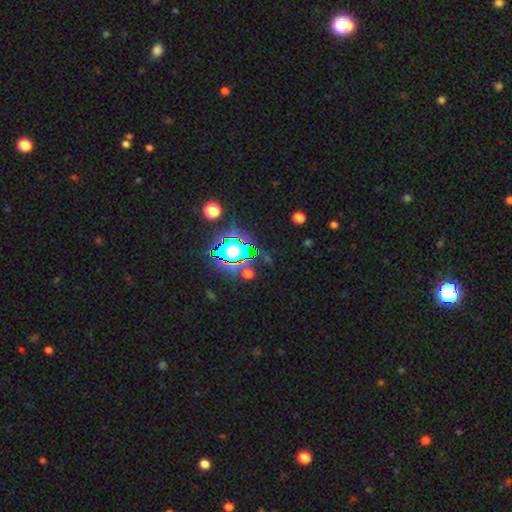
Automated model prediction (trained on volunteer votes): Smooth or featured? star or artifact (83%)